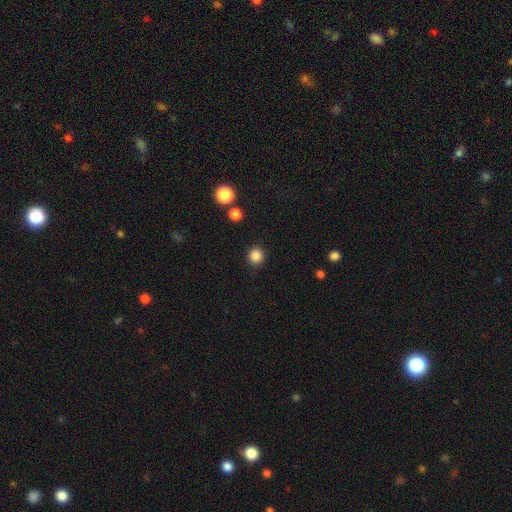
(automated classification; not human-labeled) This appears to be a smooth galaxy with no disk features (86%) that is round (93%). Merging: none (90%).